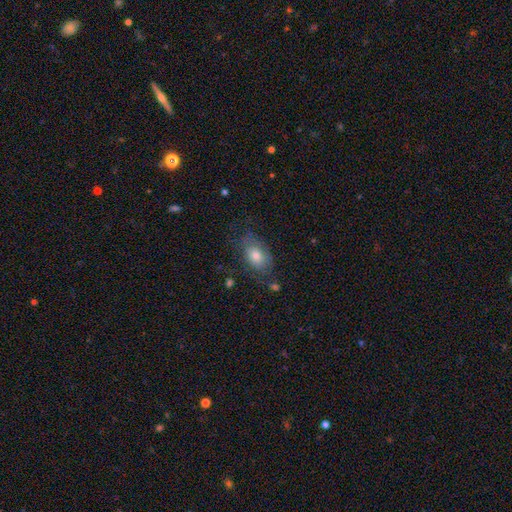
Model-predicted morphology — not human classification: Smooth or featured: smooth — 68% (featured or disk — 22%)
How rounded: in between — 86% (round — 12%)
Merging: none — 62% (minor disturbance — 24%)